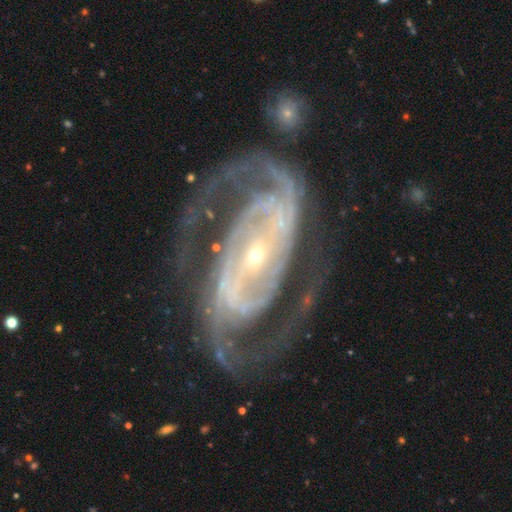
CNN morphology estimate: smooth_or_featured: featured or disk (p=0.91) [alt: star or artifact p=0.05]
disk_edge_on: no (p=0.96) [alt: yes p=0.04]
bar: strong (p=0.43) [alt: no p=0.30]
has_spiral_arms: yes (p=0.97) [alt: no p=0.03]
spiral_winding: medium (p=0.45) [alt: tight p=0.43]
spiral_arm_count: 2 (p=0.74) [alt: 3 p=0.09]
bulge_size: small (p=0.75) [alt: moderate p=0.20]
merging: none (p=0.65) [alt: minor disturbance p=0.16]